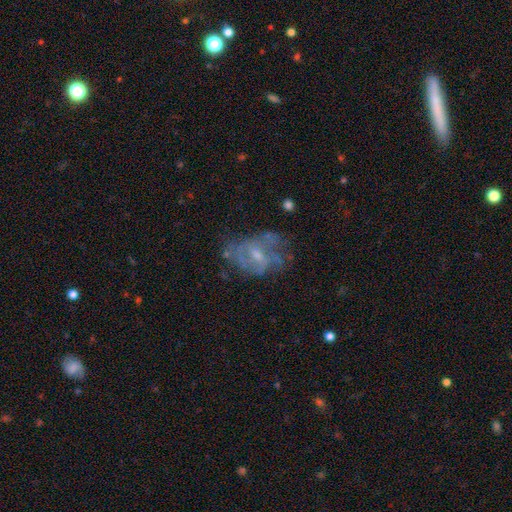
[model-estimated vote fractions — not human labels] This appears to be a featured or disk galaxy (68%) with no bar (50%), spiral arms (55%) and a moderate central bulge (45%). Merging: none (47%).